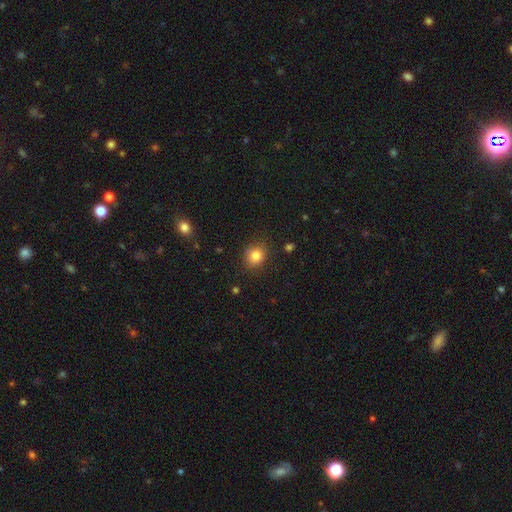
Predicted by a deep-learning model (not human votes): Smooth or featured? Predicted: smooth (p=0.82). How rounded? Predicted: round (p=0.76). Merging? Predicted: none (p=0.87).